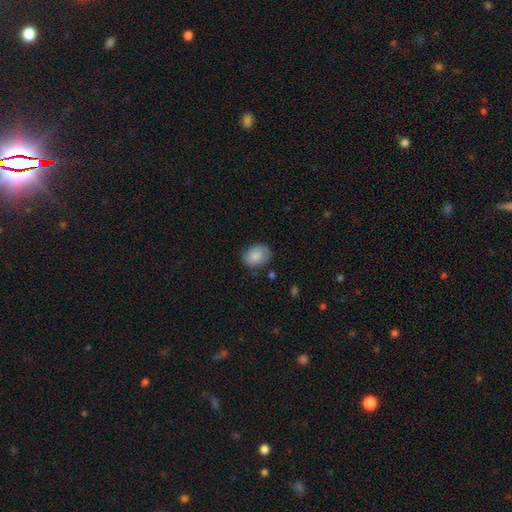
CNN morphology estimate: A smooth galaxy with no disk features (82%) that is in between round and cigar-shaped (62%). Merging: none (75%).